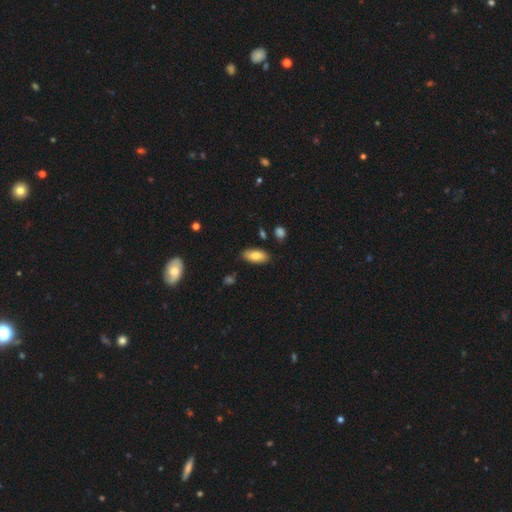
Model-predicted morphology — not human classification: smooth-or-featured: smooth: 80% | featured or disk: 14% | star or artifact: 7%
  how-rounded: in between: 88% | cigar-shaped: 10% | round: 2%
  merging: none: 83% | minor disturbance: 12% | merger: 2% | major disturbance: 2%